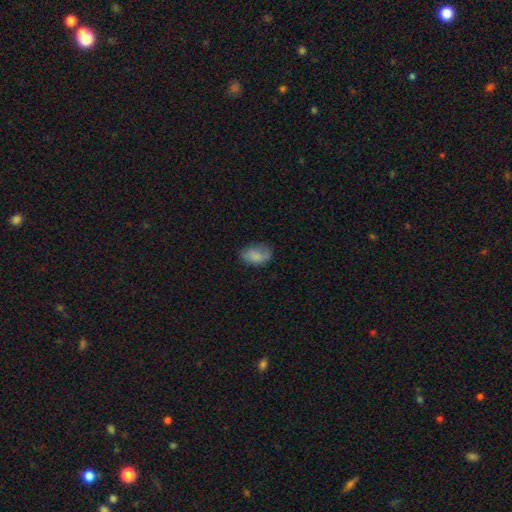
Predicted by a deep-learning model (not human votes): Morphology: type=smooth (77%); roundness=in between (86%); merging=none (60%).